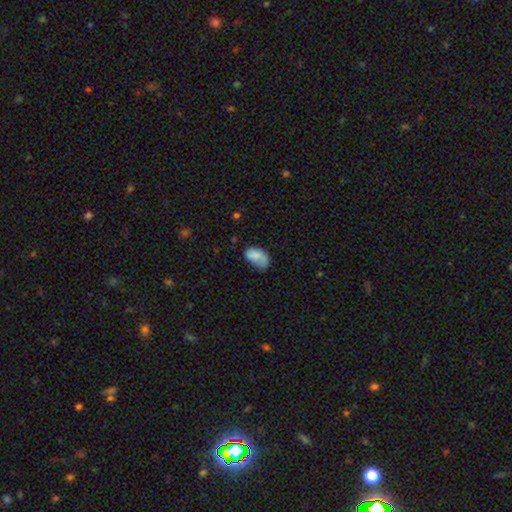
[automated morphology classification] smooth-or-featured: smooth: 80% | featured or disk: 12% | star or artifact: 8%
  how-rounded: in between: 90% | round: 9% | cigar-shaped: 1%
  merging: none: 40% | minor disturbance: 39% | major disturbance: 18% | merger: 4%